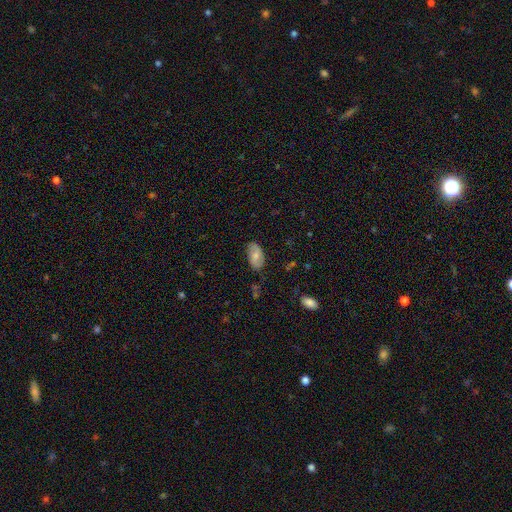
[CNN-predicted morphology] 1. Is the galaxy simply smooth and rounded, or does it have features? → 62% smooth, 30% featured or disk, 7% star or artifact.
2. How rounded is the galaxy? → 94% in between, 4% round, 2% cigar-shaped.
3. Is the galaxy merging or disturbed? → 75% none, 20% minor disturbance, 4% major disturbance, 1% merger.